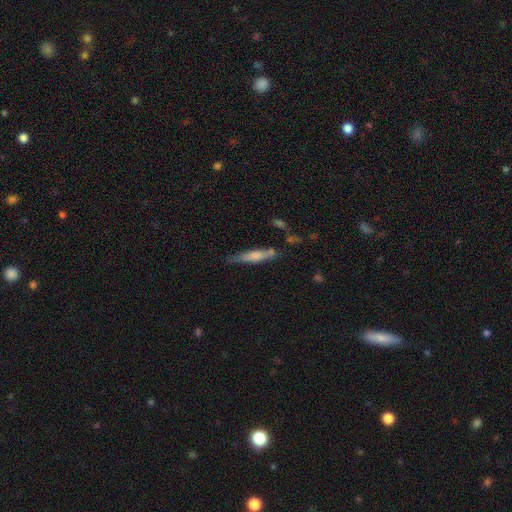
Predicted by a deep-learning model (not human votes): Smooth or featured: smooth — 59% (featured or disk — 34%)
How rounded: cigar-shaped — 88% (in between — 10%)
Merging: none — 68% (minor disturbance — 20%)